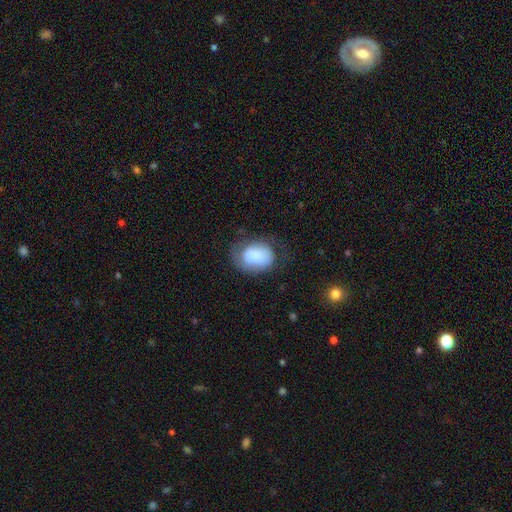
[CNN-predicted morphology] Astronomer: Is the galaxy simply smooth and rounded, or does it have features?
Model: smooth — 76%.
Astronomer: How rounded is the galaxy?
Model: in between — 66%.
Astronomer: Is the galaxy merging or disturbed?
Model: none — 52% (runner-up: minor disturbance, 29%).